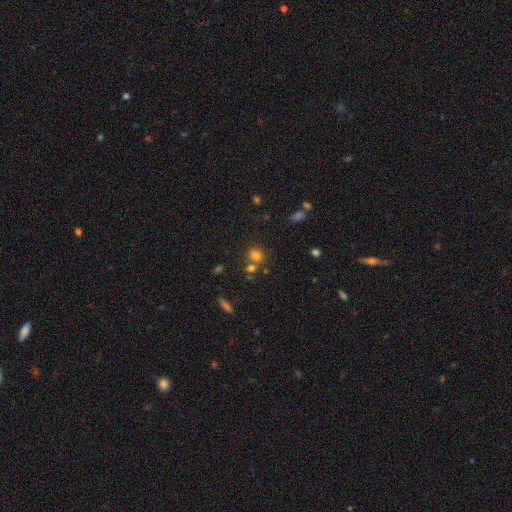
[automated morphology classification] smooth 75%, star or artifact 17%, featured or disk 9%. Down the decision tree: how rounded — round (78%); merging — none (62%).